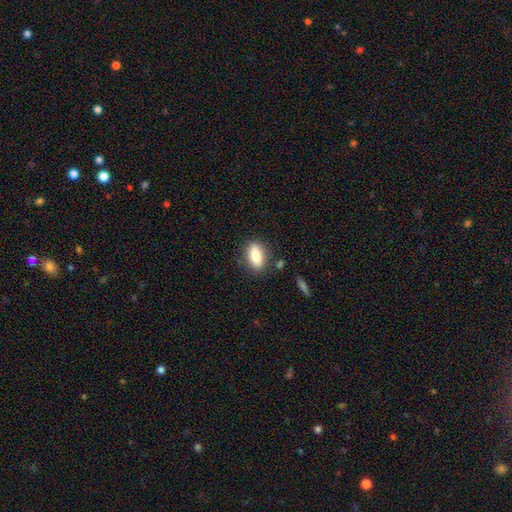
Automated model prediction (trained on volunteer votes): This appears to be a smooth galaxy with no disk features (82%) that is in between round and cigar-shaped (84%). Merging: none (81%).